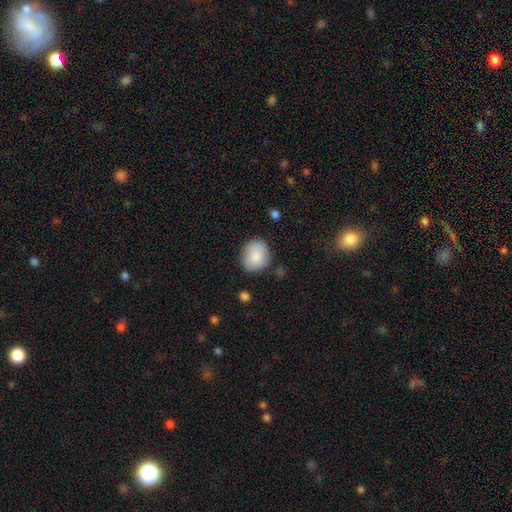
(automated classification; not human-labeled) Smooth or featured: smooth — 85% (featured or disk — 9%)
How rounded: round — 66% (in between — 33%)
Merging: none — 78% (minor disturbance — 16%)